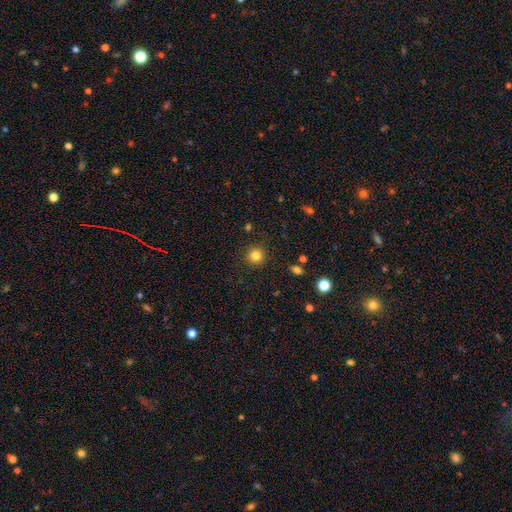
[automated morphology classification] A smooth galaxy with no disk features (82%) that is round (94%).

Vote fractions:
- Smooth or featured? smooth: 82% / star or artifact: 12% / featured or disk: 5%
- How rounded? round: 94% / in between: 5% / cigar-shaped: 1%
- Merging? none: 90% / minor disturbance: 6% / major disturbance: 2% / merger: 1%